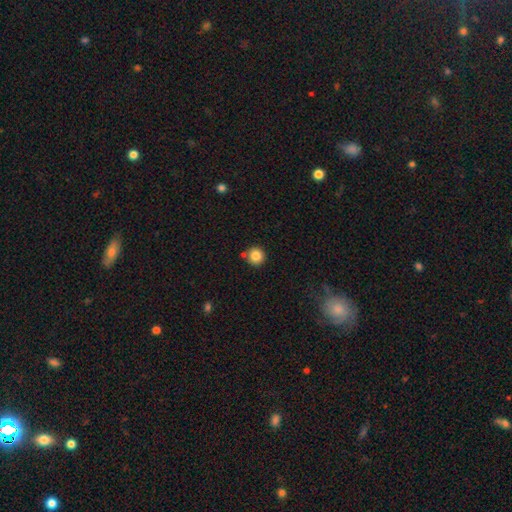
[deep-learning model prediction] A smooth galaxy with no disk features (84%) that is round (95%). Merging: none (84%).